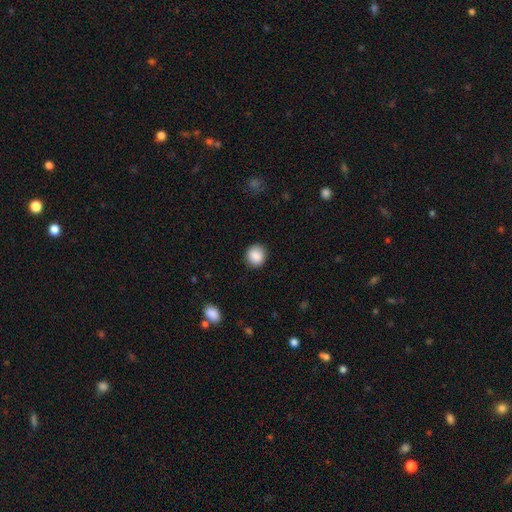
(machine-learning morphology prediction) Q: Smooth or featured?
A: smooth (88%); runner-up: star or artifact (8%)
Q: How rounded?
A: round (87%); runner-up: in between (12%)
Q: Merging?
A: none (89%); runner-up: minor disturbance (8%)